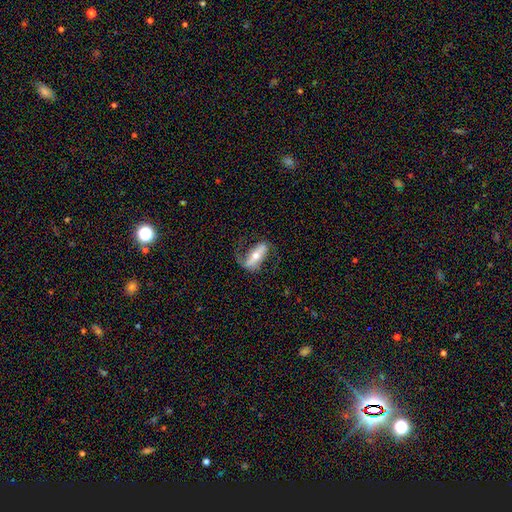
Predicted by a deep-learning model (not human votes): A featured or disk galaxy (72%) with a strong bar (63%), spiral arms (83%) and a moderate central bulge (55%). Merging: none (60%).